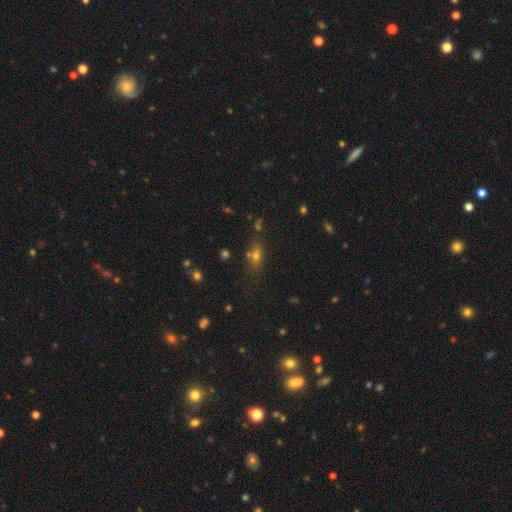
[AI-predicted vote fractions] smooth 57%, star or artifact 25%, featured or disk 18%. Down the decision tree: how rounded — in between (58%); merging — none (63%).